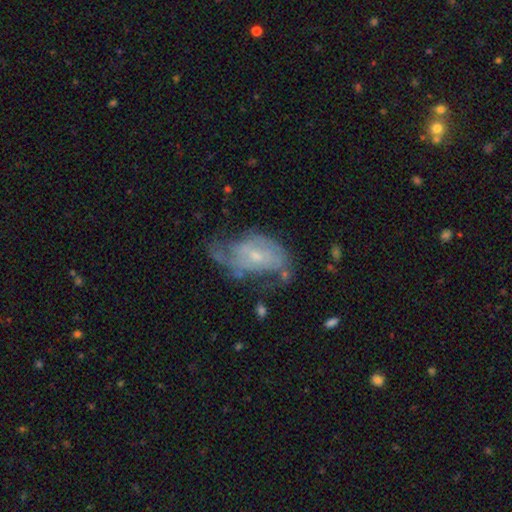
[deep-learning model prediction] smooth_or_featured: featured or disk (p=0.68) [alt: smooth p=0.25]
disk_edge_on: no (p=0.96) [alt: yes p=0.04]
bar: no (p=0.65) [alt: weak p=0.29]
has_spiral_arms: yes (p=0.72) [alt: no p=0.28]
bulge_size: small (p=0.65) [alt: moderate p=0.28]
merging: none (p=0.35) [alt: major disturbance p=0.31]